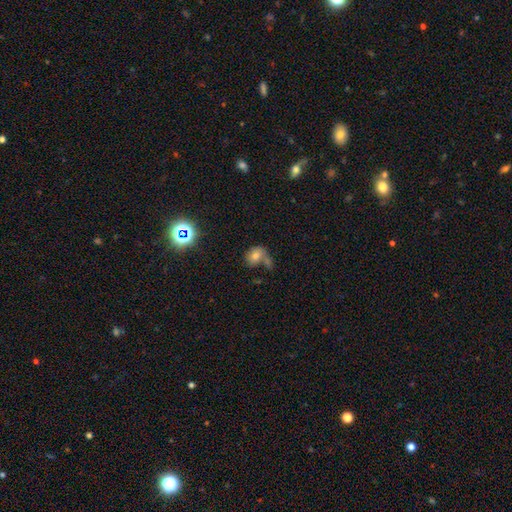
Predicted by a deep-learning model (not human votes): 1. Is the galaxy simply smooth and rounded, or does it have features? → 69% smooth, 16% star or artifact, 15% featured or disk.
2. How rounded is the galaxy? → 50% in between, 49% round, 1% cigar-shaped.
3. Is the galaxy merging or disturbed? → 37% none, 36% merger, 15% minor disturbance, 11% major disturbance.